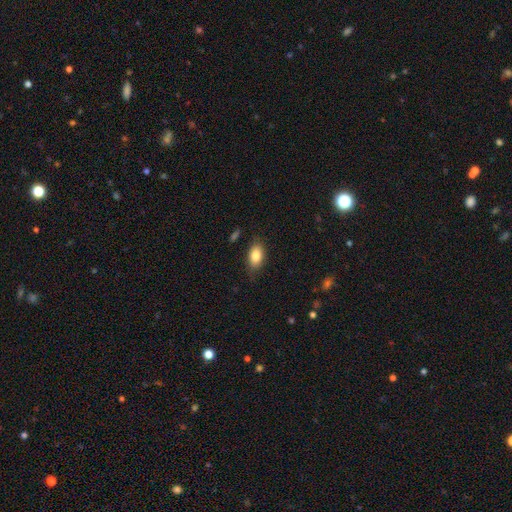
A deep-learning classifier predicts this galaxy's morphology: The model was most divided on "merging": none: 79%, minor disturbance: 16%, major disturbance: 3%, merger: 1%. More confident: how rounded — in between (89%); smooth or featured — smooth (83%).